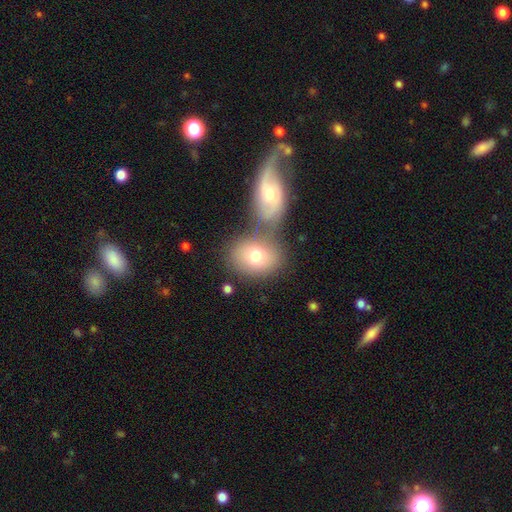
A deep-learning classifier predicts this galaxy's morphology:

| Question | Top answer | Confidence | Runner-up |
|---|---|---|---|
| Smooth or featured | smooth | 73% | featured or disk (18%) |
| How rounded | in between | 53% | round (46%) |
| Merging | none | 48% | merger (37%) |